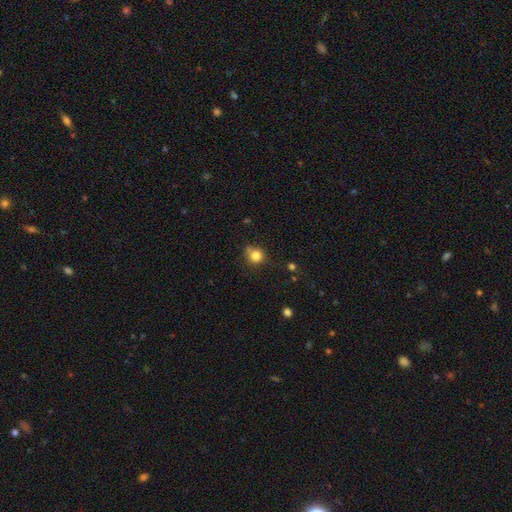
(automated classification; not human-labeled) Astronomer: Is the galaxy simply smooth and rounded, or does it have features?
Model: smooth — 81%.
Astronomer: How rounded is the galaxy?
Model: round — 89%.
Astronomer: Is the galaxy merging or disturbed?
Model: none — 67%.